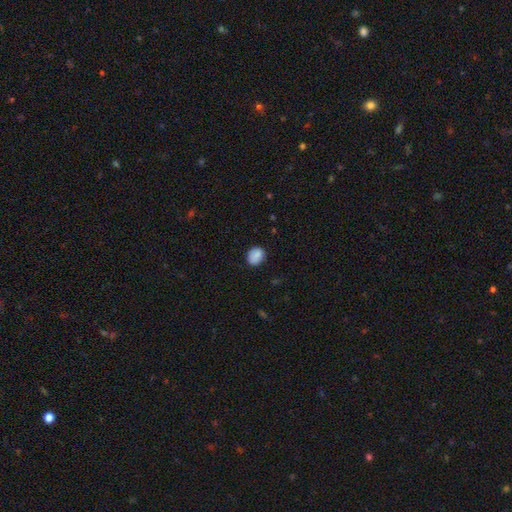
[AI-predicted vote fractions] A smooth galaxy with no disk features (87%) that is round (55%).

Vote fractions:
- Smooth or featured? smooth: 87% / star or artifact: 8% / featured or disk: 5%
- How rounded? round: 55% / in between: 44% / cigar-shaped: 1%
- Merging? none: 82% / minor disturbance: 14% / major disturbance: 3% / merger: 1%